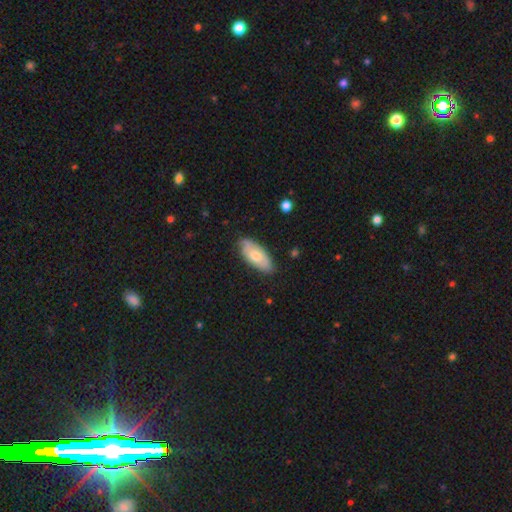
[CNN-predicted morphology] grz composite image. It shows a smooth galaxy with no disk features (58%) that is in between round and cigar-shaped (89%). Merging: none (78%).